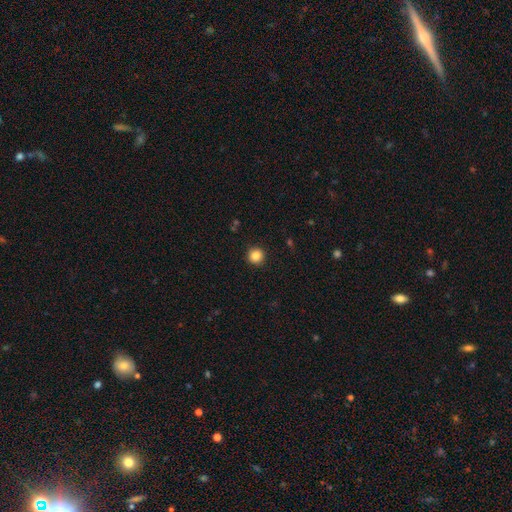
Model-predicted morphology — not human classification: Smooth or featured? smooth (85%)
How rounded? round (95%)
Merging? none (92%)